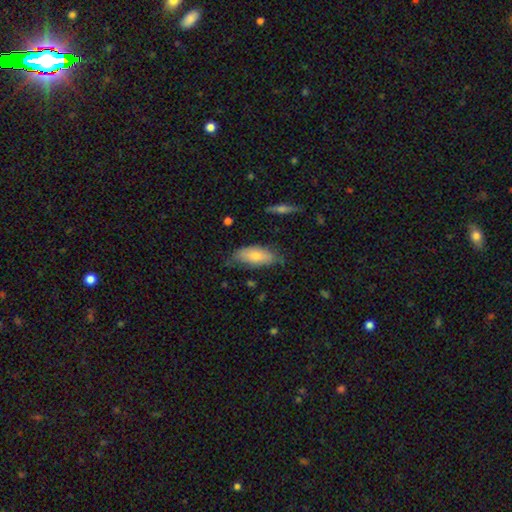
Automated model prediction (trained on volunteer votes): smooth_or_featured: smooth (p=0.75) [alt: featured or disk p=0.19]
how_rounded: in between (p=0.84) [alt: cigar-shaped p=0.14]
merging: none (p=0.64) [alt: minor disturbance p=0.28]